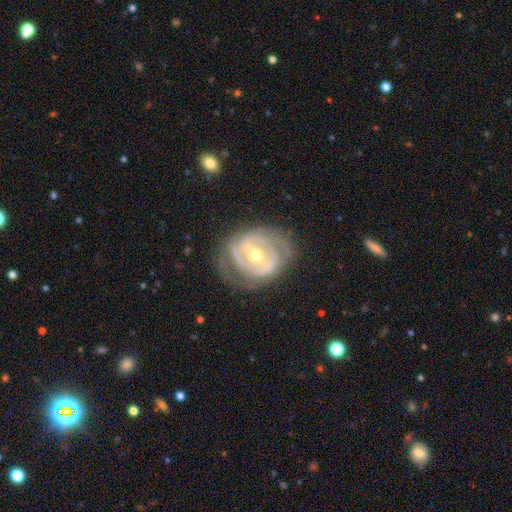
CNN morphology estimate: This is clearly a featured or disk galaxy (84%). It is clearly not viewed edge-on (96%). Bar: marginally weak (40%). Spiral arm pattern: likely yes (79%). Spiral arm count: marginally 2 (43%). Spiral winding: likely tight (64%). Central bulge: possibly moderate (58%). Merging: likely none (68%).